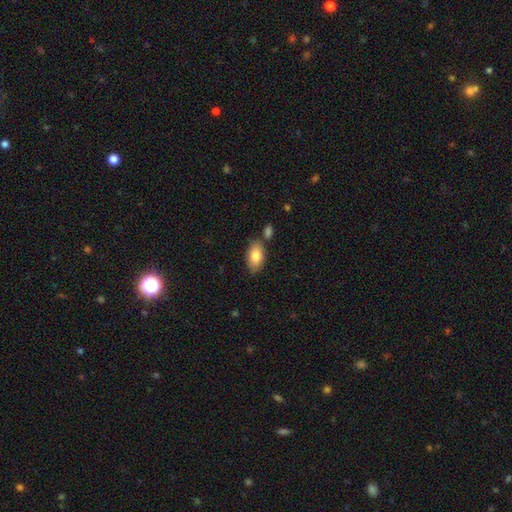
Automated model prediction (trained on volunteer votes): Smooth or featured?
  - smooth: 82% *
  - featured or disk: 11%
  - star or artifact: 7%
How rounded?
  - in between: 92% *
  - round: 5%
  - cigar-shaped: 3%
Merging?
  - none: 74% *
  - minor disturbance: 13%
  - merger: 10%
  - major disturbance: 3%